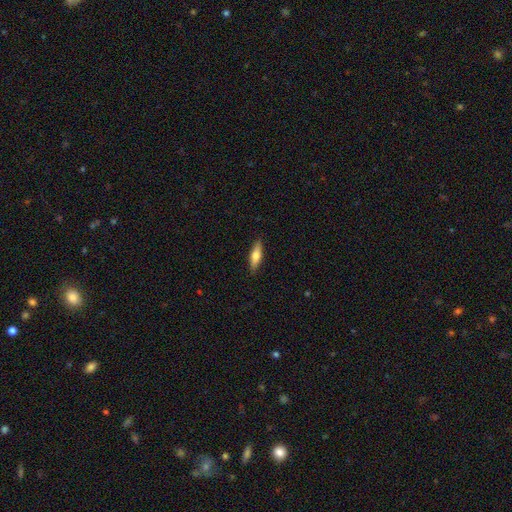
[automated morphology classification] smooth 60%, featured or disk 34%, star or artifact 6%. Down the decision tree: how rounded — cigar-shaped (59%); merging — none (88%).